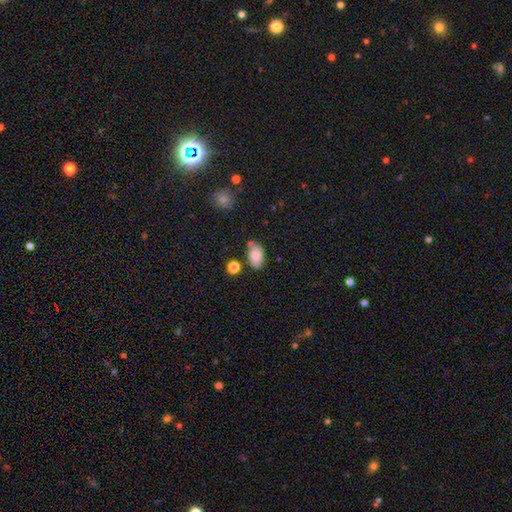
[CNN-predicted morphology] A smooth galaxy with no disk features (81%) that is in between round and cigar-shaped (90%). Merging: none (68%).